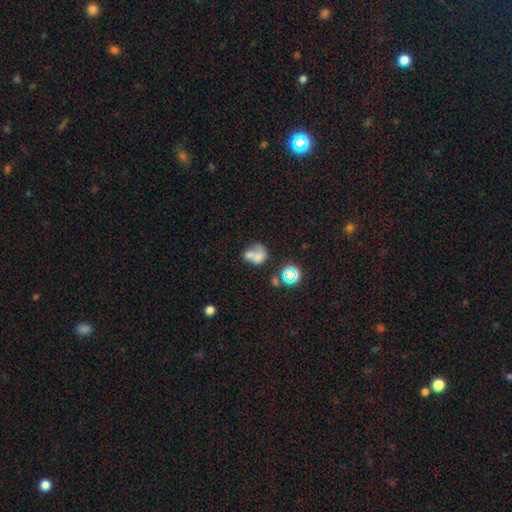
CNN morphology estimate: A smooth galaxy with no disk features (58%) that is round (52%).

Vote fractions:
- Smooth or featured? smooth: 58% / featured or disk: 26% / star or artifact: 16%
- How rounded? round: 52% / in between: 47% / cigar-shaped: 1%
- Merging? merger: 59% / none: 22% / major disturbance: 10% / minor disturbance: 10%